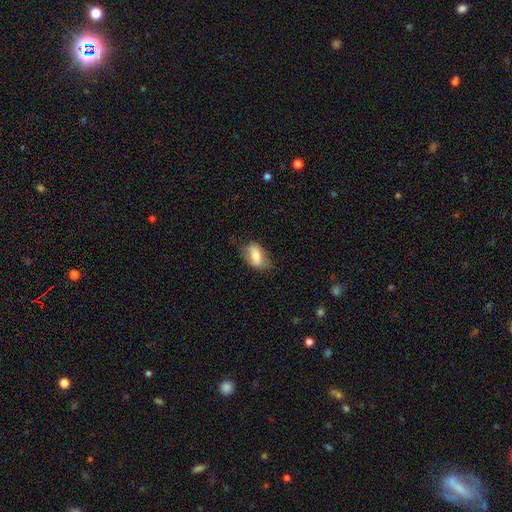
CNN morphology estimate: Q: Smooth or featured?
A: smooth (67%); runner-up: featured or disk (26%)
Q: How rounded?
A: in between (87%); runner-up: round (11%)
Q: Merging?
A: none (64%); runner-up: minor disturbance (26%)